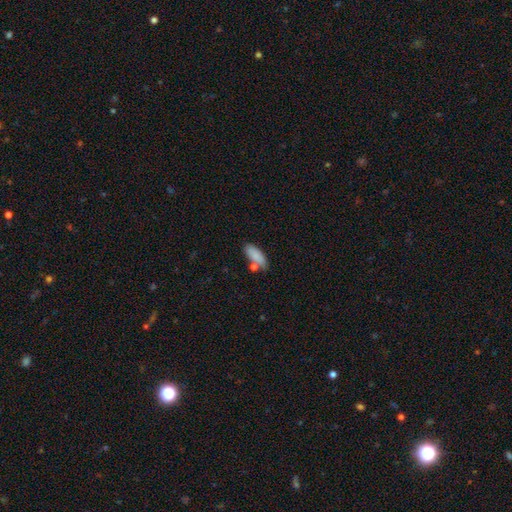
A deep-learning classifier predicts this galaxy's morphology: The model was most divided on "merging": none: 63%, minor disturbance: 17%, merger: 16%, major disturbance: 4%. More confident: smooth or featured — smooth (85%); how rounded — in between (78%).